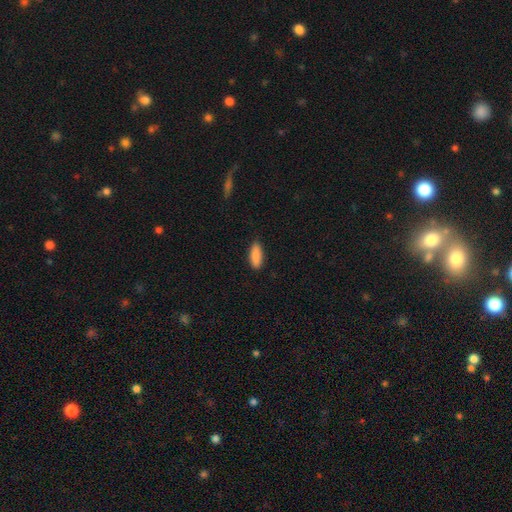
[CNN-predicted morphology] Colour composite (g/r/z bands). It shows a smooth galaxy with no disk features (89%) that is in between round and cigar-shaped (71%). Merging: none (85%).